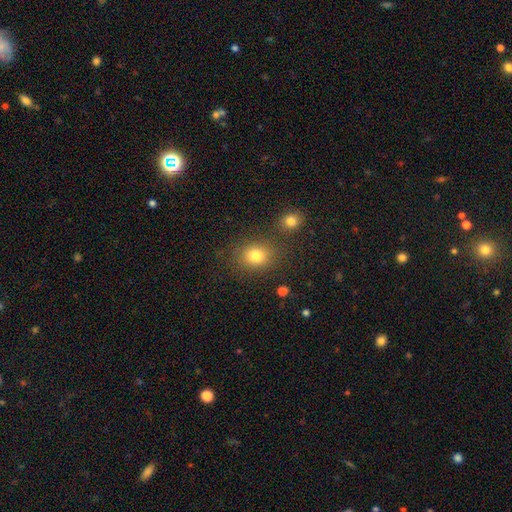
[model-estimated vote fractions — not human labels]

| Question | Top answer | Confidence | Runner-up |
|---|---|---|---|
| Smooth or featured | smooth | 79% | star or artifact (13%) |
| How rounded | round | 57% | in between (42%) |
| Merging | none | 76% | minor disturbance (11%) |